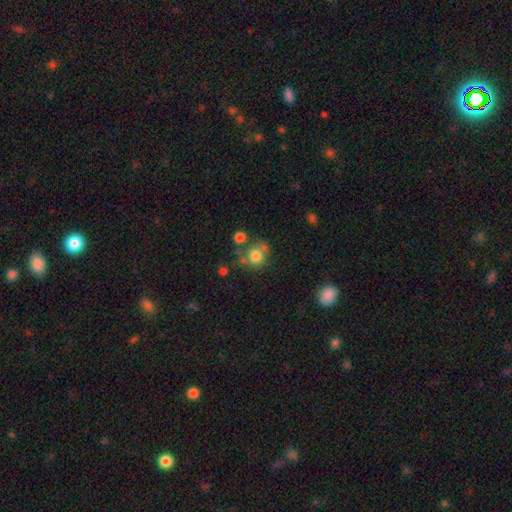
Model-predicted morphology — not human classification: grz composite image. It shows a smooth galaxy with no disk features (74%) that is round (83%). Merging: none (53%).